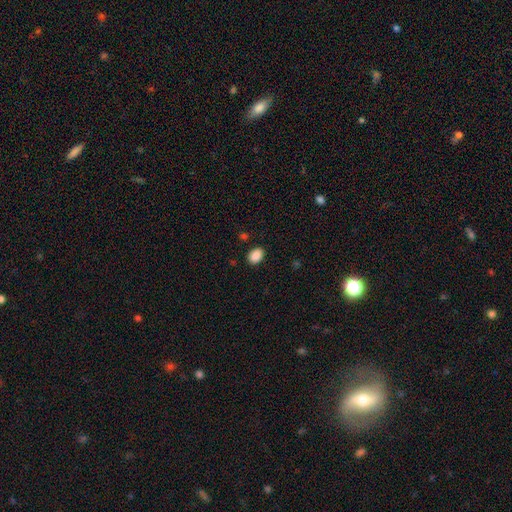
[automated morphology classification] Smooth or featured? smooth (89%)
How rounded? in between (68%)
Merging? none (87%)